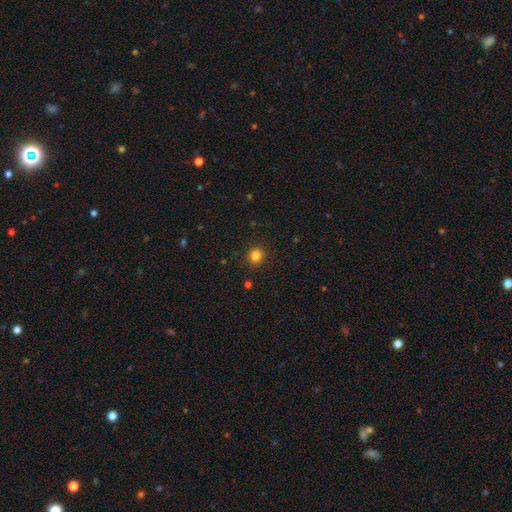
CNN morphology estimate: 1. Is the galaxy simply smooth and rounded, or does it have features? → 82% smooth, 13% star or artifact, 4% featured or disk.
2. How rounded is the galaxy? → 92% round, 8% in between, 1% cigar-shaped.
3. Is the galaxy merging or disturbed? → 91% none, 6% minor disturbance, 2% major disturbance, 1% merger.